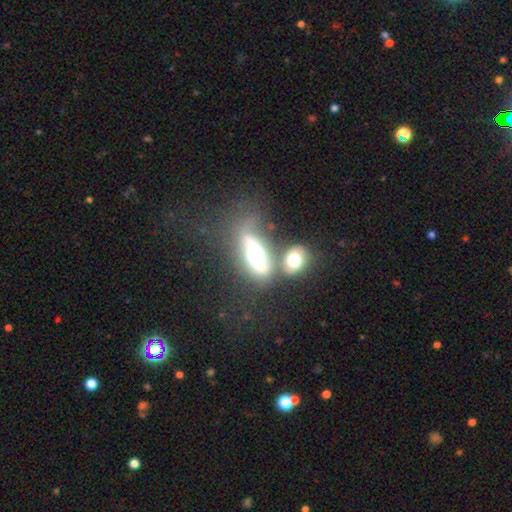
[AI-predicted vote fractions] smooth-or-featured: featured or disk: 46% | smooth: 43% | star or artifact: 11%
  merging: merger: 37% | none: 31% | major disturbance: 17% | minor disturbance: 15%